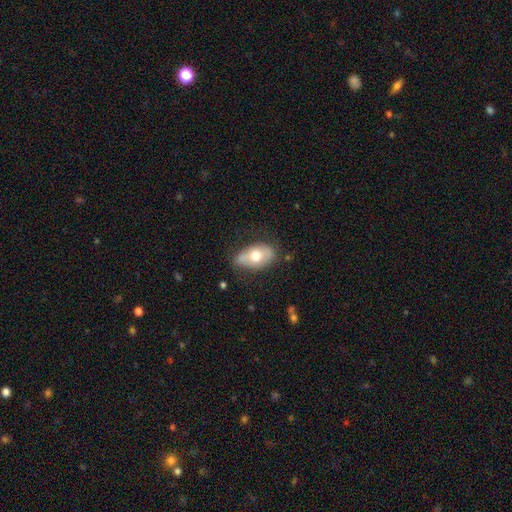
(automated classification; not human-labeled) Q: Smooth or featured?
A: smooth (61%); runner-up: featured or disk (32%)
Q: How rounded?
A: in between (89%); runner-up: round (8%)
Q: Merging?
A: none (64%); runner-up: minor disturbance (25%)